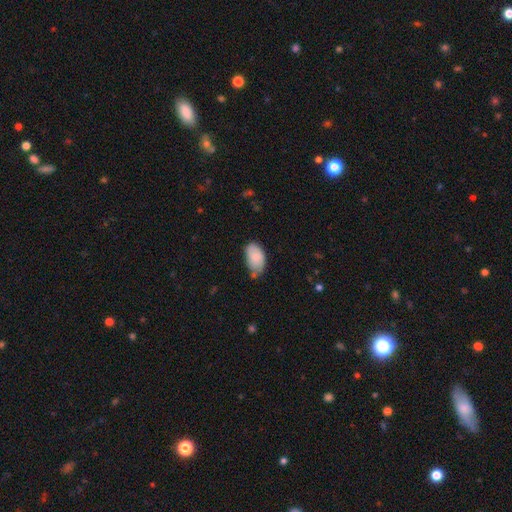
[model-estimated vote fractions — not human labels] smooth 84%, featured or disk 9%, star or artifact 7%. Down the decision tree: how rounded — in between (94%); merging — none (50%).